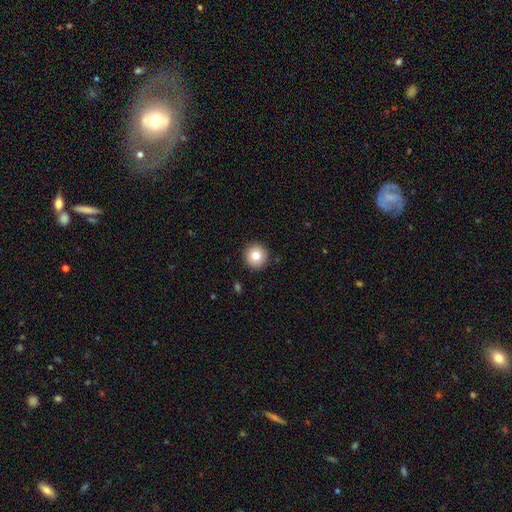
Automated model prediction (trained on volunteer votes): This appears to be a smooth galaxy with no disk features (81%) that is round (95%). Merging: none (91%).